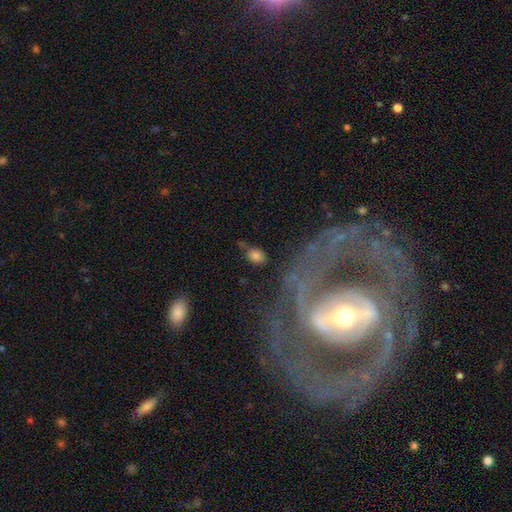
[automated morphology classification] Overall: smooth (74%). How rounded: in between (61%; round 37%). Merging: none (62%).